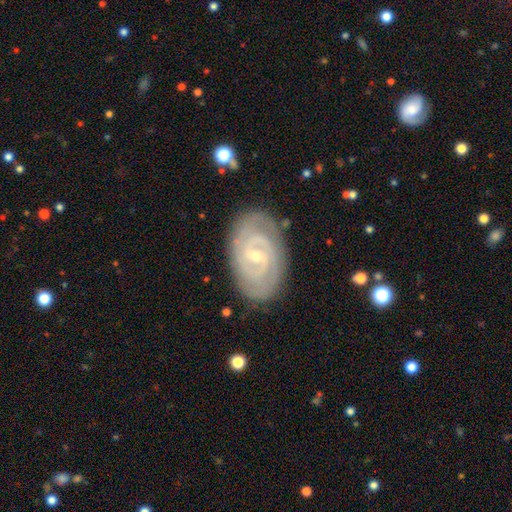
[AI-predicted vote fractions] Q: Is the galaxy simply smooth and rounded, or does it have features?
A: featured or disk — 86%.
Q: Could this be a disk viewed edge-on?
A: no — 96%.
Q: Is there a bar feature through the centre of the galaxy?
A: weak — 44%.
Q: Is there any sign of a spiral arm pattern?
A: yes — 96%.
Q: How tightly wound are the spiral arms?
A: tight — 74%.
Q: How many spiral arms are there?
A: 2 — 56%.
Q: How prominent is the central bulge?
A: small — 74%.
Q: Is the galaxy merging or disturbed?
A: none — 81%.